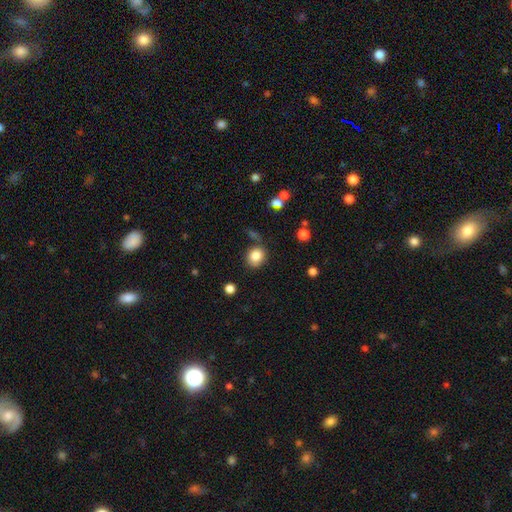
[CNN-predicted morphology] smooth-or-featured: smooth: 84% | star or artifact: 10% | featured or disk: 6%
  how-rounded: round: 72% | in between: 27% | cigar-shaped: 1%
  merging: none: 74% | minor disturbance: 15% | merger: 7% | major disturbance: 5%